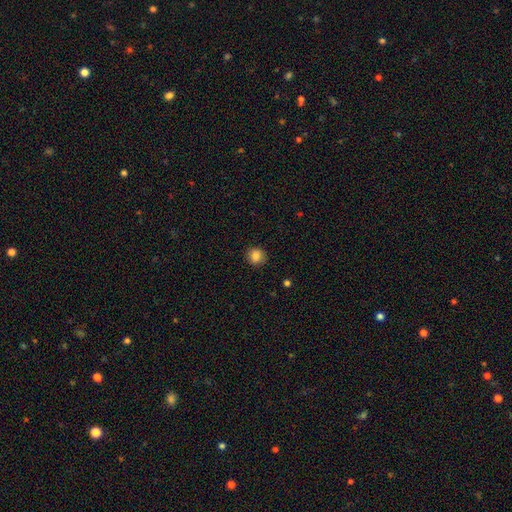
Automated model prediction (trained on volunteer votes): Morphology: type=smooth (85%); roundness=round (86%); merging=none (86%).